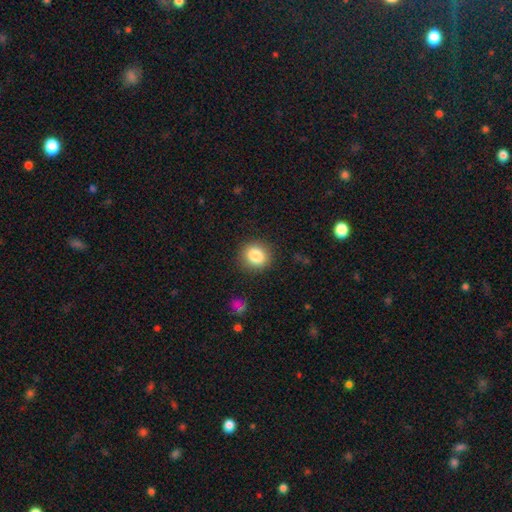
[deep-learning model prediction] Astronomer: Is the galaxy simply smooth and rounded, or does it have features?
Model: smooth — 85%.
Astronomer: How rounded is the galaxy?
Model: round — 84%.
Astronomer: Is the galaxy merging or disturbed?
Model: none — 88%.